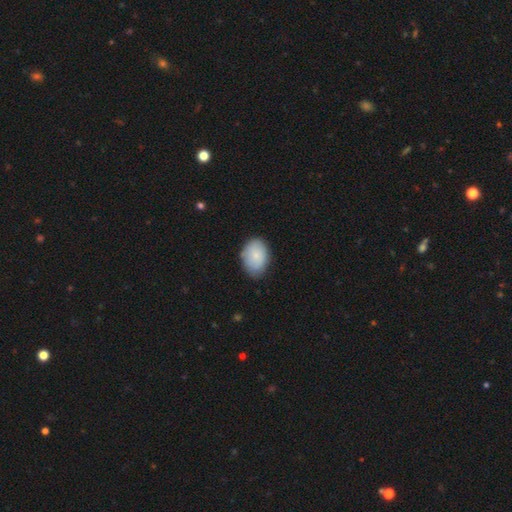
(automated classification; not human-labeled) A smooth galaxy with no disk features (83%) that is in between round and cigar-shaped (81%). Merging: none (76%).